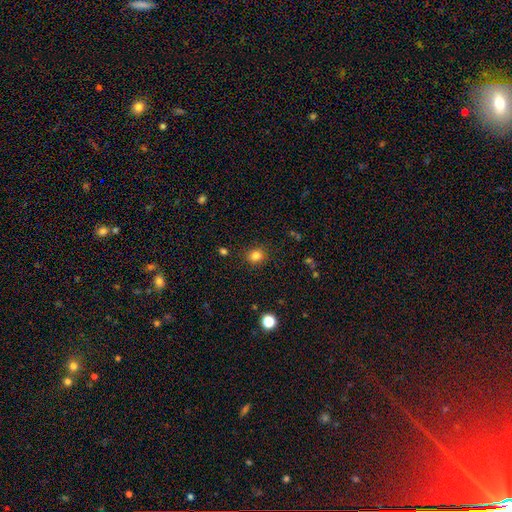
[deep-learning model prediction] Overall: smooth (82%). How rounded: round (76%). Merging: none (88%).